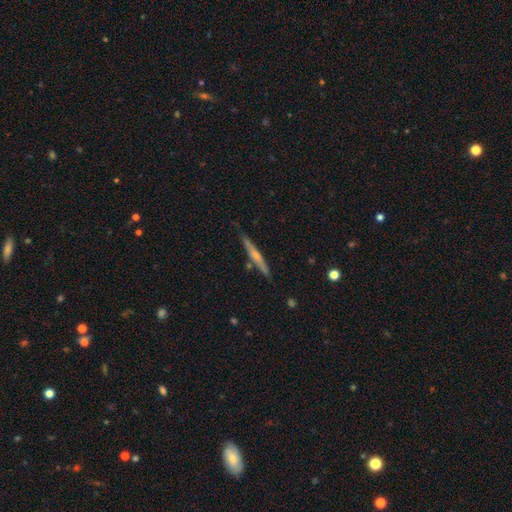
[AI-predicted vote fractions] Smooth or featured? featured or disk (53%)
Edge-on disk? yes (95%)
Edge-on bulge? rounded (52%)
Merging? none (78%)